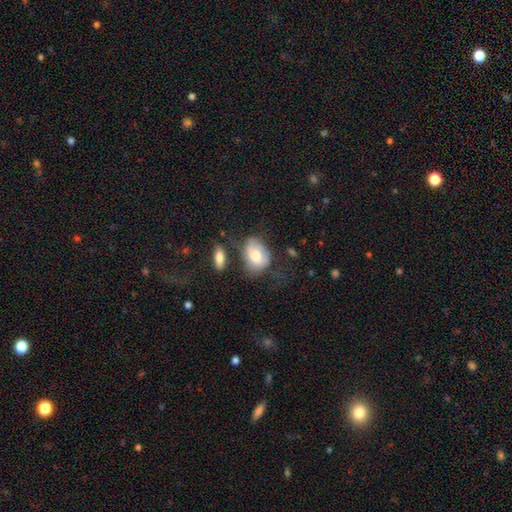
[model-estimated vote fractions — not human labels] Smooth or featured?
  - smooth: 61% *
  - featured or disk: 31%
  - star or artifact: 8%
How rounded?
  - in between: 75% *
  - round: 24%
  - cigar-shaped: 1%
Merging?
  - none: 34% *
  - minor disturbance: 31%
  - major disturbance: 26%
  - merger: 10%